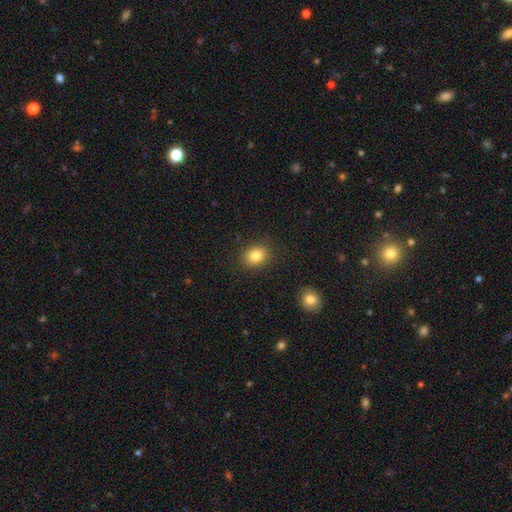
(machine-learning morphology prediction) This is clearly a smooth galaxy (84%). How rounded: possibly round (50%). Merging: clearly none (88%).